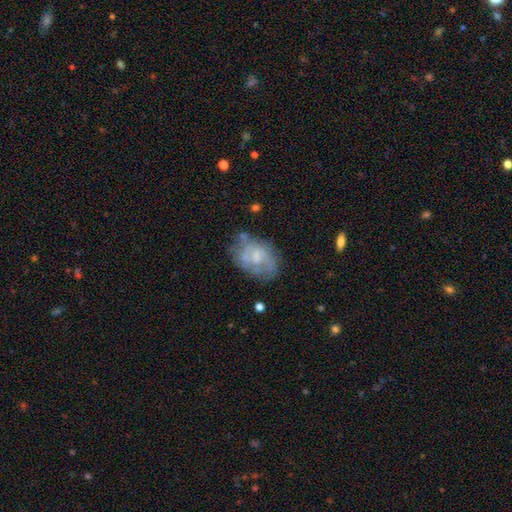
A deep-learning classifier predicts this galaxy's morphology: This appears to be a featured or disk galaxy (58%) with no bar (67%), spiral arms (53%) and a small central bulge (45%). Merging: none (57%).